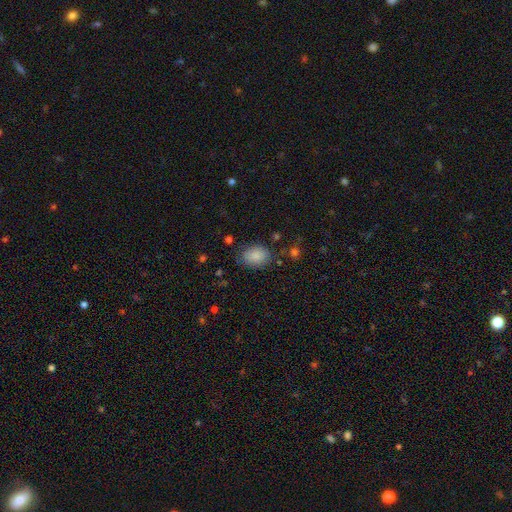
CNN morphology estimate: Smooth or featured: smooth — 87% (star or artifact — 8%)
How rounded: in between — 77% (round — 22%)
Merging: none — 78% (minor disturbance — 16%)